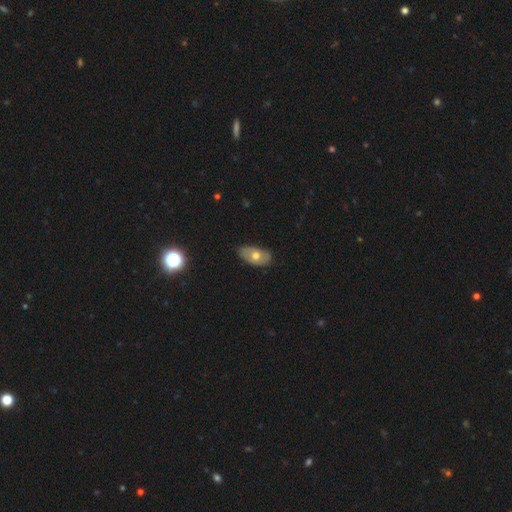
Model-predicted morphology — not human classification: type=smooth (60%); roundness=in between (91%); merging=none (74%).